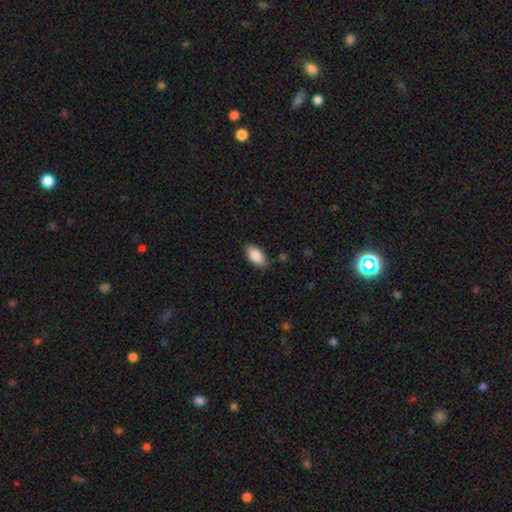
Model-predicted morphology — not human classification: smooth-or-featured: smooth: 88% | star or artifact: 6% | featured or disk: 6%
  how-rounded: in between: 92% | cigar-shaped: 5% | round: 2%
  merging: none: 84% | minor disturbance: 12% | major disturbance: 2% | merger: 1%